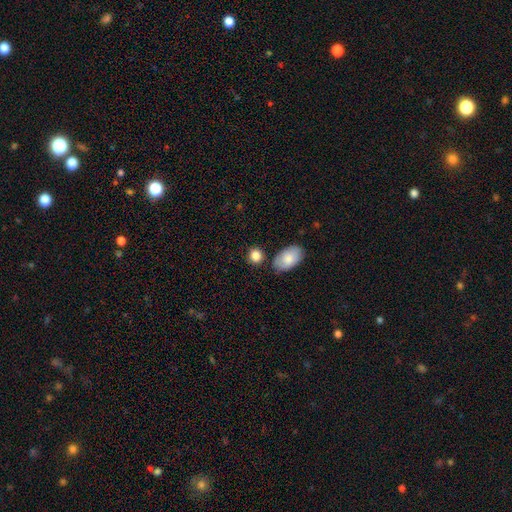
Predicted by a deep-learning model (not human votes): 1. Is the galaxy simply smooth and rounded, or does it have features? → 86% smooth, 8% star or artifact, 6% featured or disk.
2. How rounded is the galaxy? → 62% round, 37% in between, 2% cigar-shaped.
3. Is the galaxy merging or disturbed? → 75% none, 12% minor disturbance, 9% merger, 3% major disturbance.